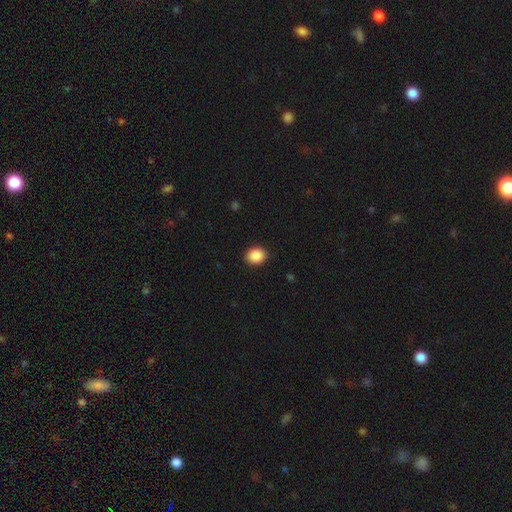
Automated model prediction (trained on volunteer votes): The model was most divided on "how rounded": round: 63%, in between: 36%, cigar-shaped: 1%. More confident: merging — none (91%); smooth or featured — smooth (89%).